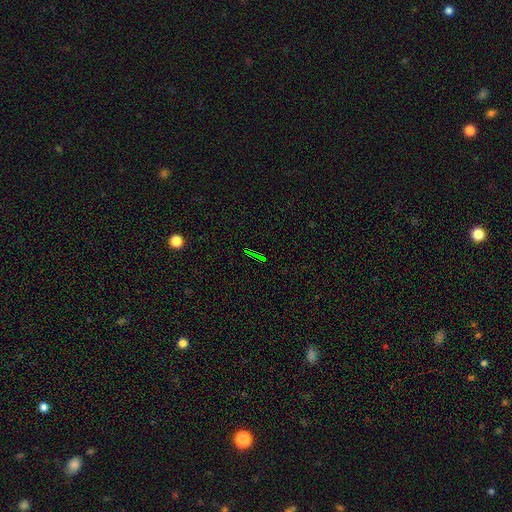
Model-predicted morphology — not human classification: Smooth or featured?
  - star or artifact: 69% *
  - smooth: 16%
  - featured or disk: 15%